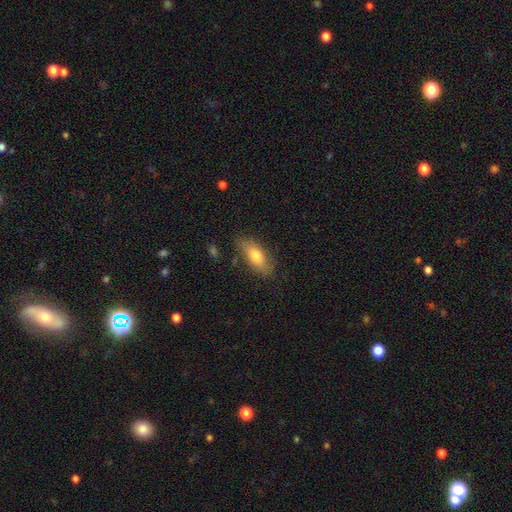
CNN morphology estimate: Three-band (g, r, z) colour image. It shows a smooth galaxy with no disk features (75%) that is in between round and cigar-shaped (77%). Merging: none (79%).